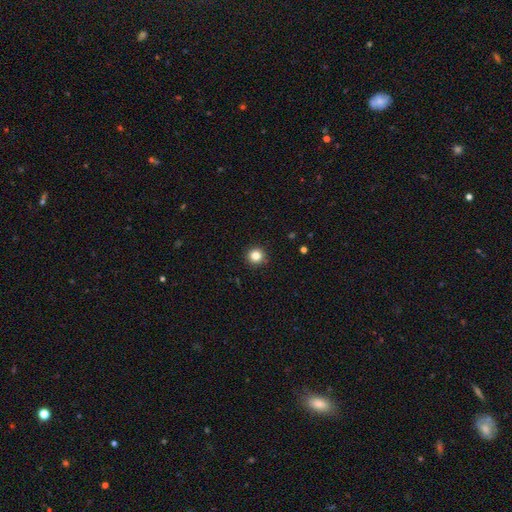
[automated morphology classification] Smooth or featured?
  - smooth: 83% *
  - star or artifact: 12%
  - featured or disk: 5%
How rounded?
  - round: 95% *
  - in between: 4%
  - cigar-shaped: 1%
Merging?
  - none: 93% *
  - minor disturbance: 5%
  - major disturbance: 2%
  - merger: 1%